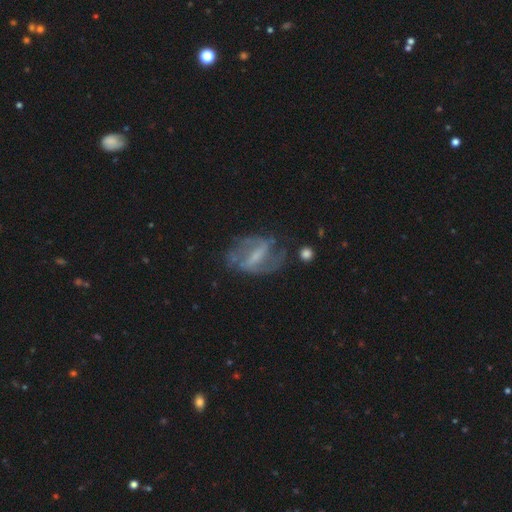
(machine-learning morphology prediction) The model was most divided on "bulge size": small: 37%, none: 35%, moderate: 23%, large: 4%, dominant: 1%. Remaining: edge-on disk — no (95%); spiral arms — yes (85%); smooth or featured — featured or disk (80%); spiral arm count — 2 (78%); merging — none (59%); bar — strong (52%); spiral winding — medium (46%).